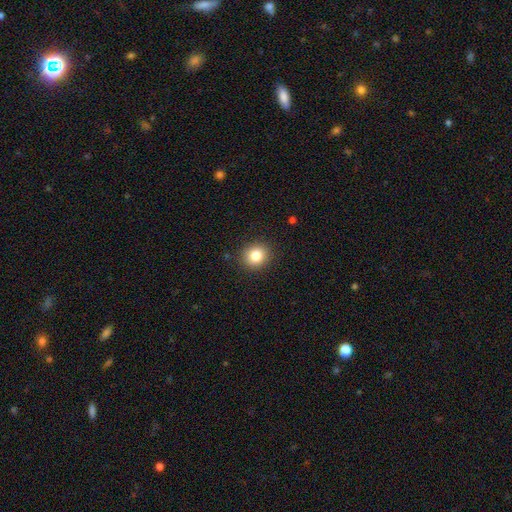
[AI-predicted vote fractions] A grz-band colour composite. It shows a smooth galaxy with no disk features (83%) that is round (79%). Merging: none (90%).